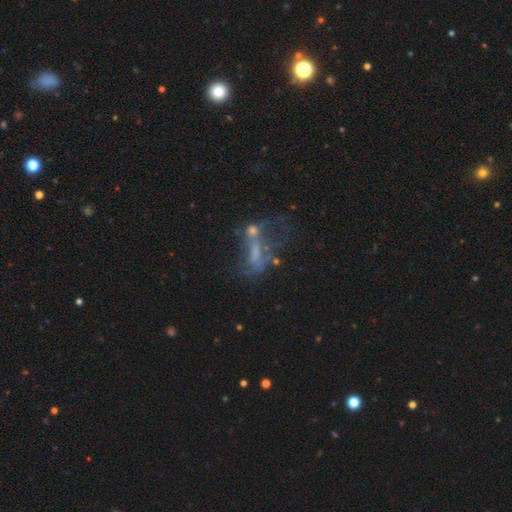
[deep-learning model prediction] smooth_or_featured: featured or disk (p=0.56) [alt: smooth p=0.24]
disk_edge_on: no (p=0.92) [alt: yes p=0.08]
bar: no (p=0.68) [alt: weak p=0.20]
has_spiral_arms: no (p=0.79) [alt: yes p=0.21]
bulge_size: none (p=0.57) [alt: small p=0.22]
merging: major disturbance (p=0.36) [alt: merger p=0.26]